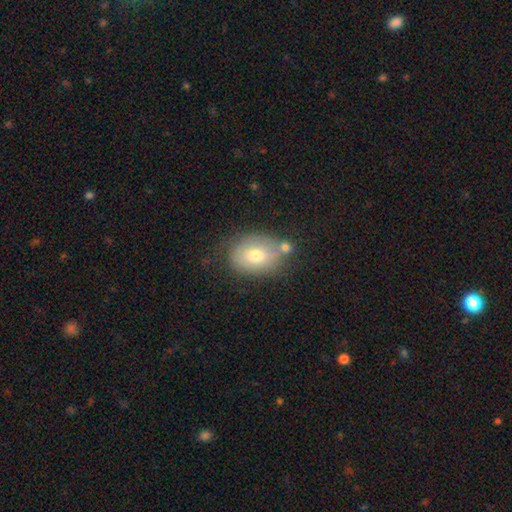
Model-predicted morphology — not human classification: A smooth galaxy with no disk features (70%) that is in between round and cigar-shaped (70%).

Vote fractions:
- Smooth or featured? smooth: 70% / featured or disk: 21% / star or artifact: 9%
- How rounded? in between: 70% / round: 29% / cigar-shaped: 1%
- Merging? none: 59% / minor disturbance: 20% / merger: 14% / major disturbance: 7%